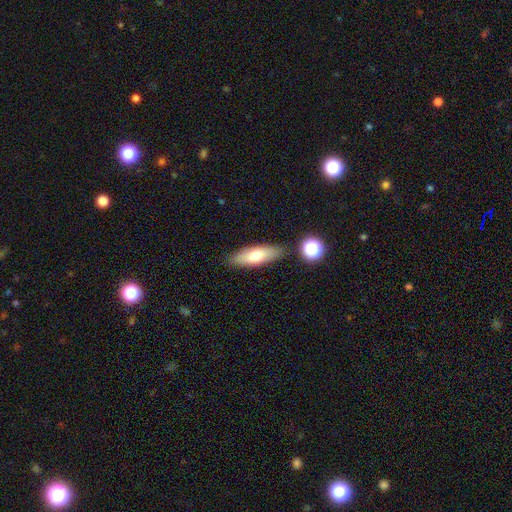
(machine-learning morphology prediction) Overall: smooth (70%). How rounded: in between (56%; cigar-shaped 41%). Merging: none (82%).